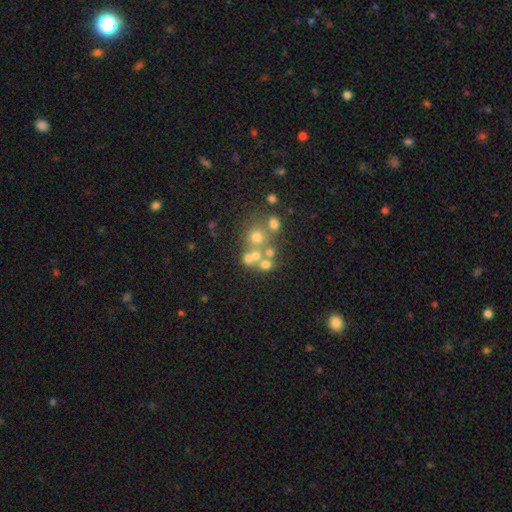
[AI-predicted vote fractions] The model was most divided on "merging": none: 44%, merger: 40%, minor disturbance: 9%, major disturbance: 7%. Remaining: smooth or featured — smooth (48%).